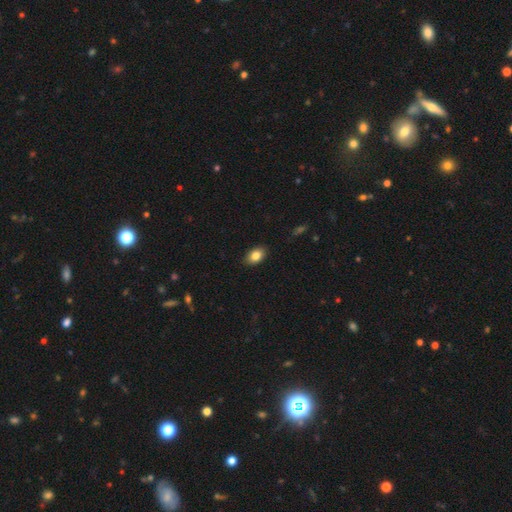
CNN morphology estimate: Q: Smooth or featured?
A: smooth (83%); runner-up: featured or disk (9%)
Q: How rounded?
A: in between (85%); runner-up: round (14%)
Q: Merging?
A: none (88%); runner-up: minor disturbance (9%)